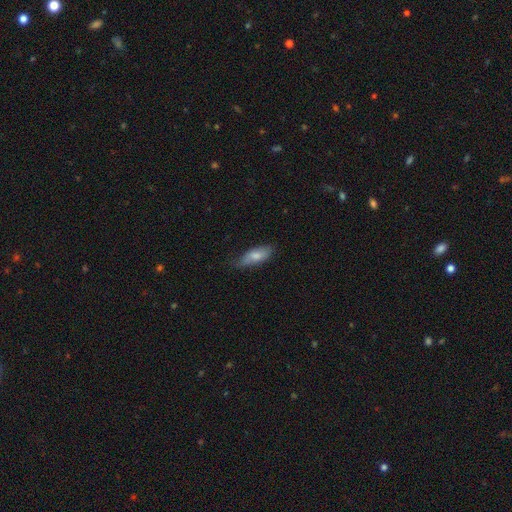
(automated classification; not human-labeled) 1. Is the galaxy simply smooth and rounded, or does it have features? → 77% smooth, 17% featured or disk, 6% star or artifact.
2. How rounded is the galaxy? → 71% in between, 27% cigar-shaped, 2% round.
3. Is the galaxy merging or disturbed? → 64% none, 29% minor disturbance, 5% major disturbance, 1% merger.